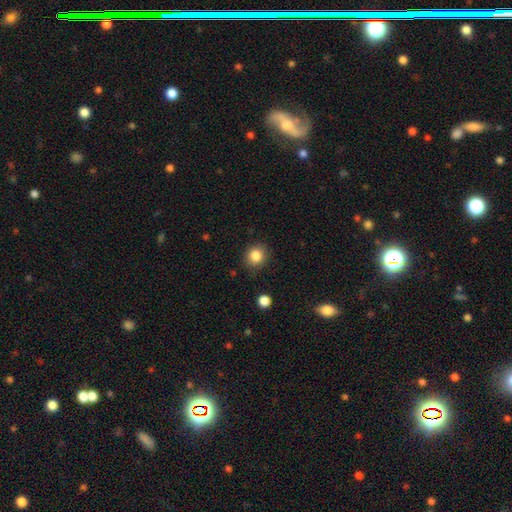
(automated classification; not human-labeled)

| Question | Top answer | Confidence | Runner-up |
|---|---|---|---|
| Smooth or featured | smooth | 85% | star or artifact (10%) |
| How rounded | round | 84% | in between (15%) |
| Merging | none | 86% | minor disturbance (9%) |